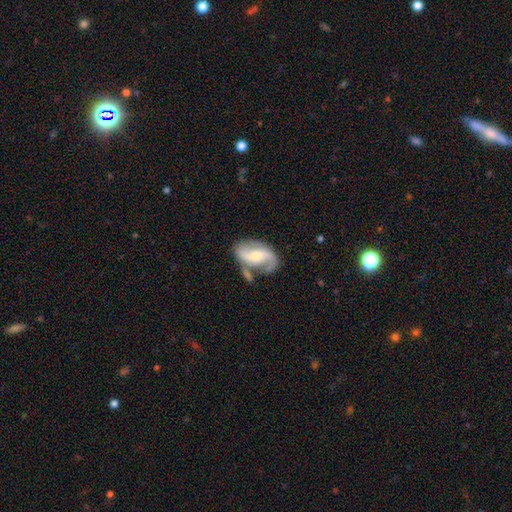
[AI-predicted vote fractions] This appears to be a featured or disk galaxy (82%) with a weak bar (40%), 2 (90%) loose (53%) spiral arms (94%) and a moderate central bulge (47%). Merging: none (58%).